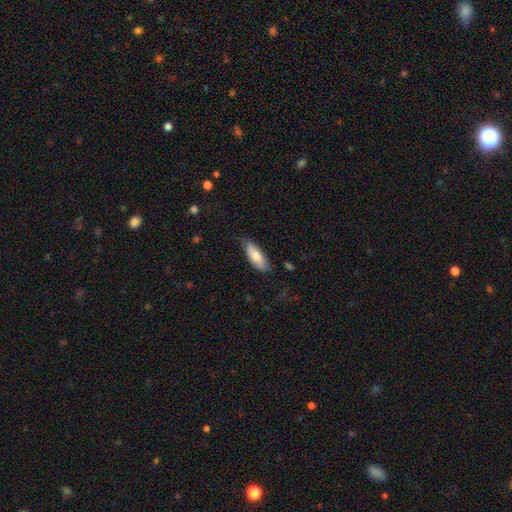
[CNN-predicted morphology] This appears to be a smooth galaxy with no disk features (75%) that is in between round and cigar-shaped (72%). Merging: none (75%).